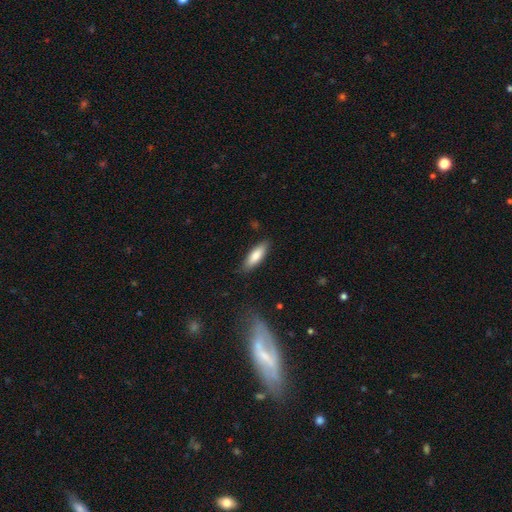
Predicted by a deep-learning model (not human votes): Smooth or featured? Predicted: smooth (p=0.81). How rounded? Predicted: in between (p=0.53). Merging? Predicted: none (p=0.85).